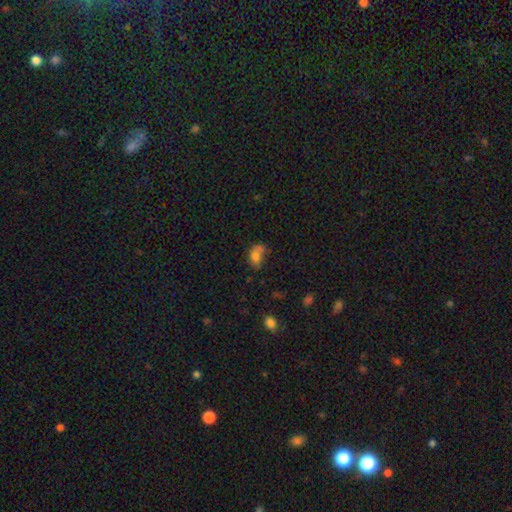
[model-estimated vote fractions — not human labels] Smooth or featured? Predicted: smooth (p=0.73). How rounded? Predicted: in between (p=0.79). Merging? Predicted: none (p=0.38).